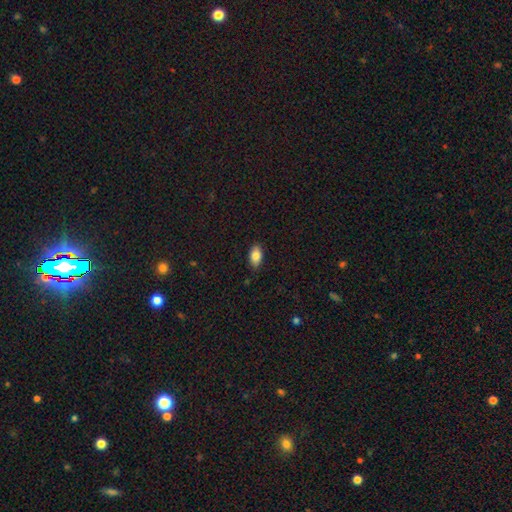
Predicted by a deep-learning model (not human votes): A smooth galaxy with no disk features (84%) that is in between round and cigar-shaped (92%). Merging: none (86%).